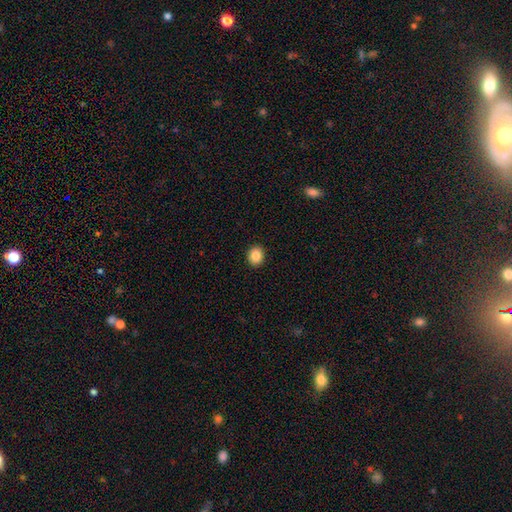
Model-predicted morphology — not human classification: Smooth or featured? Predicted: smooth (p=0.85). How rounded? Predicted: round (p=0.69). Merging? Predicted: none (p=0.92).